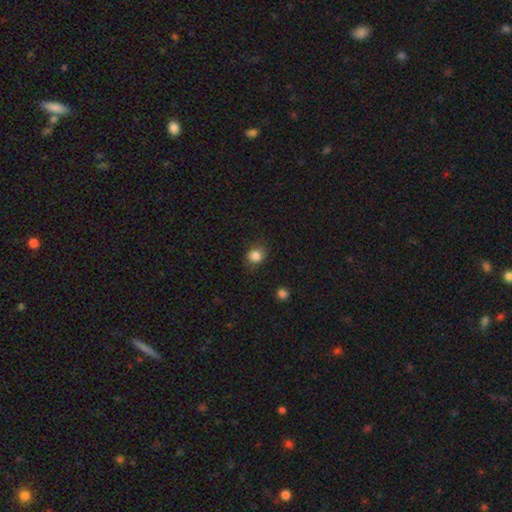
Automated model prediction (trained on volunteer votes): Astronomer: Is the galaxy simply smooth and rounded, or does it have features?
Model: smooth — 84%.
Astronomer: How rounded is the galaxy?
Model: round — 74%.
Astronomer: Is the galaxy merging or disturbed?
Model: none — 79%.